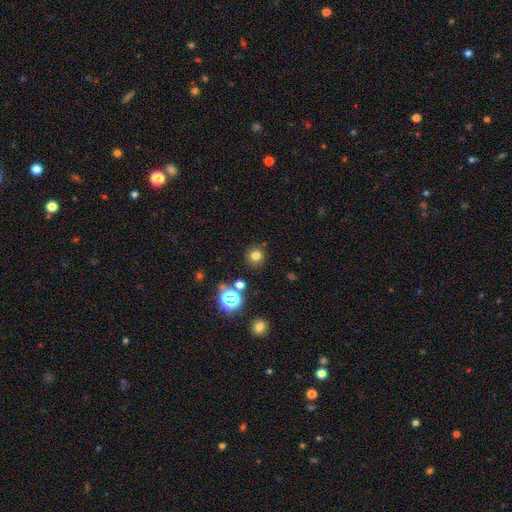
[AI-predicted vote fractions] smooth_or_featured: smooth (p=0.75) [alt: star or artifact p=0.19]
how_rounded: round (p=0.91) [alt: in between p=0.08]
merging: none (p=0.87) [alt: minor disturbance p=0.07]